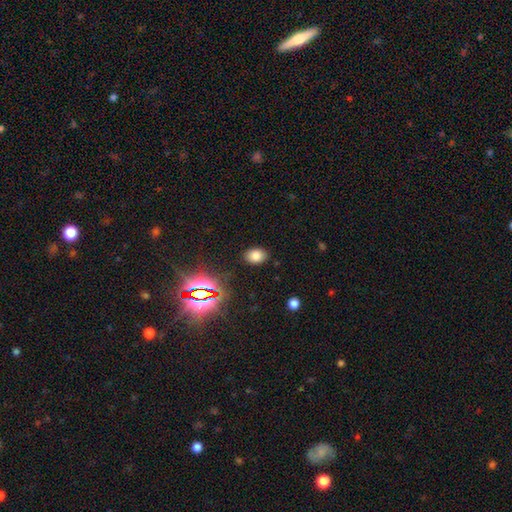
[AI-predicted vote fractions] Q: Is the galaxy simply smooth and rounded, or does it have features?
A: smooth — 77%.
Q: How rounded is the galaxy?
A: in between — 74%.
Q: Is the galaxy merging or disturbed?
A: none — 86%.